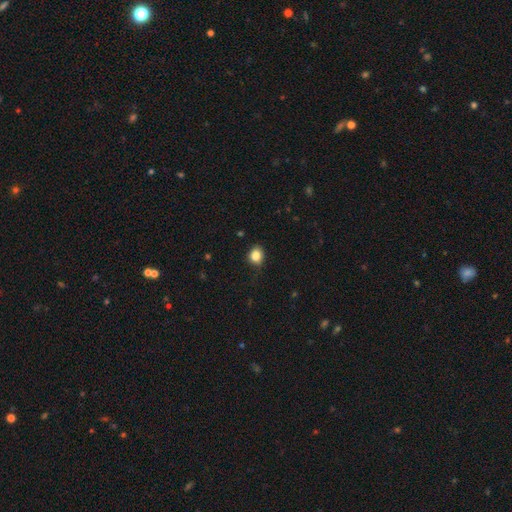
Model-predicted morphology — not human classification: Smooth or featured? Predicted: smooth (p=0.85). How rounded? Predicted: round (p=0.64). Merging? Predicted: none (p=0.77).